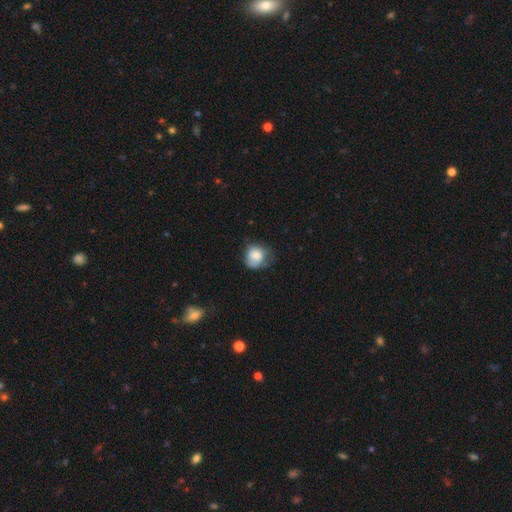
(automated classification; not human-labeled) A smooth galaxy with no disk features (76%) that is round (69%).

Vote fractions:
- Smooth or featured? smooth: 76% / featured or disk: 15% / star or artifact: 9%
- How rounded? round: 69% / in between: 31% / cigar-shaped: 1%
- Merging? none: 44% / minor disturbance: 36% / major disturbance: 18% / merger: 3%